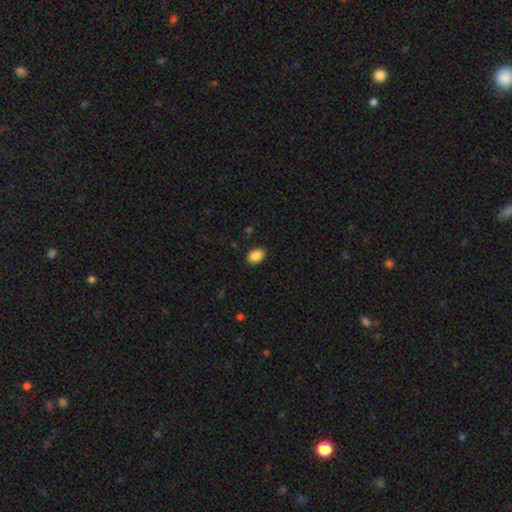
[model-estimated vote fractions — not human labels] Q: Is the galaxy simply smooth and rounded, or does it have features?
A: smooth — 89%.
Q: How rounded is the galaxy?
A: in between — 82%.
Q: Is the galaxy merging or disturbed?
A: none — 89%.